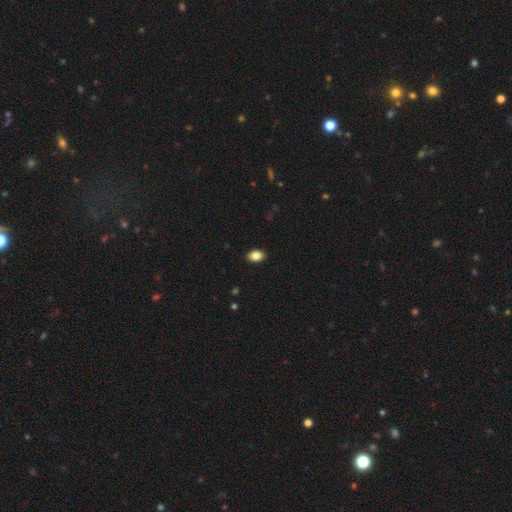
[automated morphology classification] Q: Smooth or featured?
A: smooth (86%); runner-up: star or artifact (9%)
Q: How rounded?
A: in between (82%); runner-up: round (17%)
Q: Merging?
A: none (90%); runner-up: minor disturbance (7%)